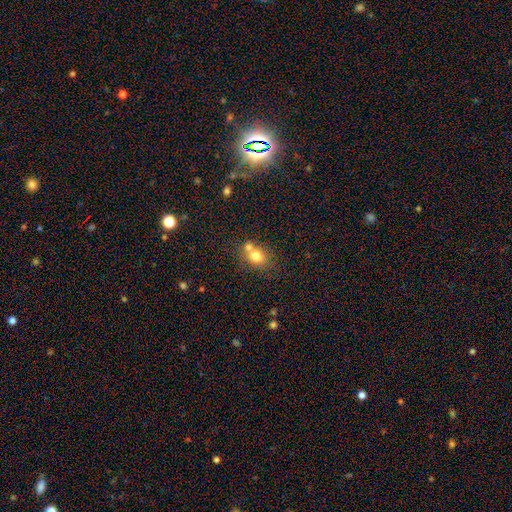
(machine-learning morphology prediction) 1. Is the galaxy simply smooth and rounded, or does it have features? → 75% smooth, 13% featured or disk, 12% star or artifact.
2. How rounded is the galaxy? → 55% round, 44% in between, 1% cigar-shaped.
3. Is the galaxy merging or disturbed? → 44% none, 42% merger, 10% minor disturbance, 4% major disturbance.